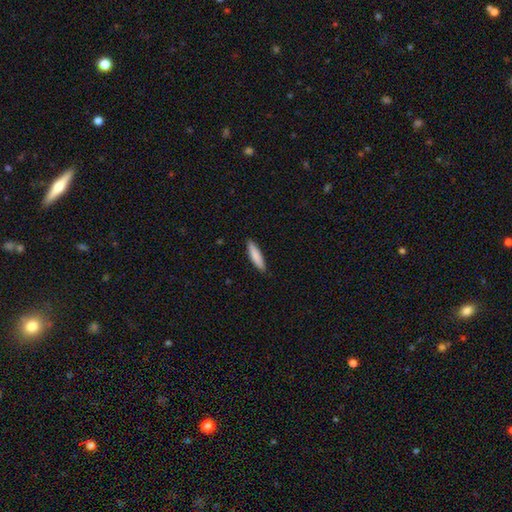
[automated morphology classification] smooth_or_featured: smooth (p=0.85) [alt: featured or disk p=0.10]
how_rounded: cigar-shaped (p=0.79) [alt: in between p=0.19]
merging: none (p=0.89) [alt: minor disturbance p=0.09]